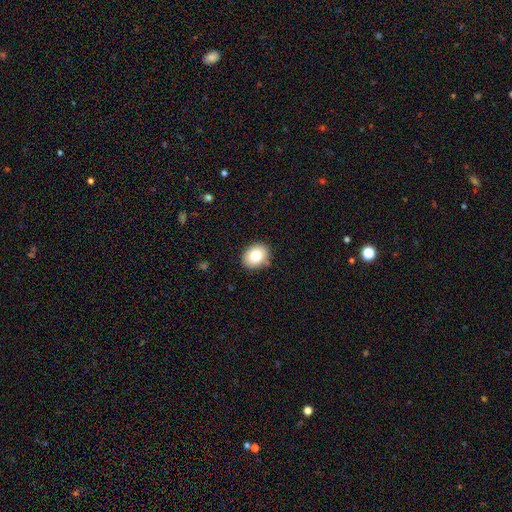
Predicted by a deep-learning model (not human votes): smooth 80%, featured or disk 11%, star or artifact 9%. Down the decision tree: how rounded — in between (58%); merging — none (86%).